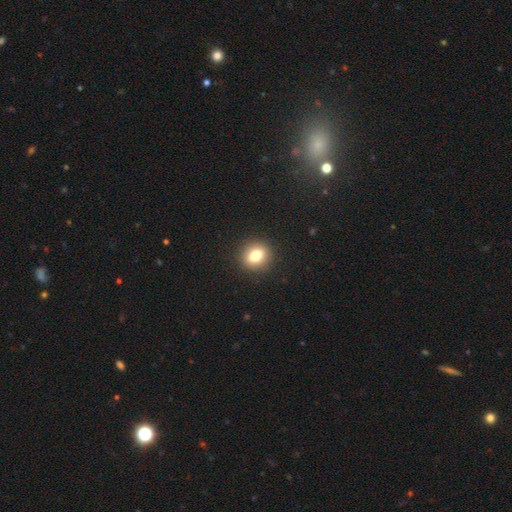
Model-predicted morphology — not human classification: Overall: smooth (78%). How rounded: round (63%; in between 35%). Merging: none (90%).